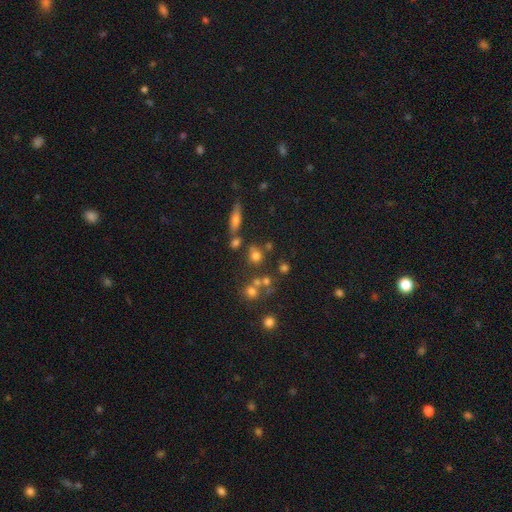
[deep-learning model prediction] Smooth or featured?
  - smooth: 68% *
  - star or artifact: 18%
  - featured or disk: 14%
How rounded?
  - round: 79% *
  - in between: 18%
  - cigar-shaped: 3%
Merging?
  - none: 61% *
  - merger: 22%
  - minor disturbance: 12%
  - major disturbance: 5%